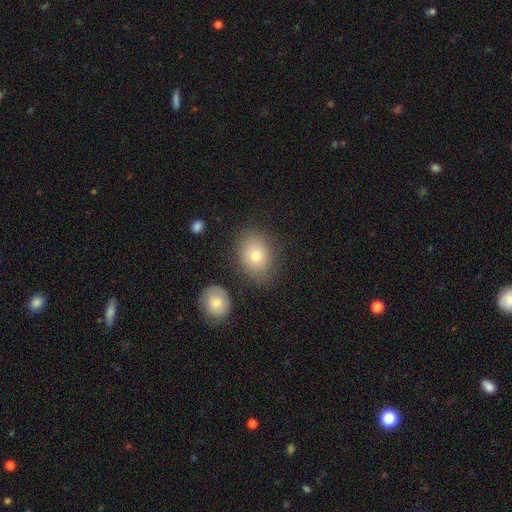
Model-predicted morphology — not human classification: The model was most divided on "how rounded": in between: 67%, round: 32%, cigar-shaped: 1%. More confident: merging — none (75%); smooth or featured — smooth (75%).